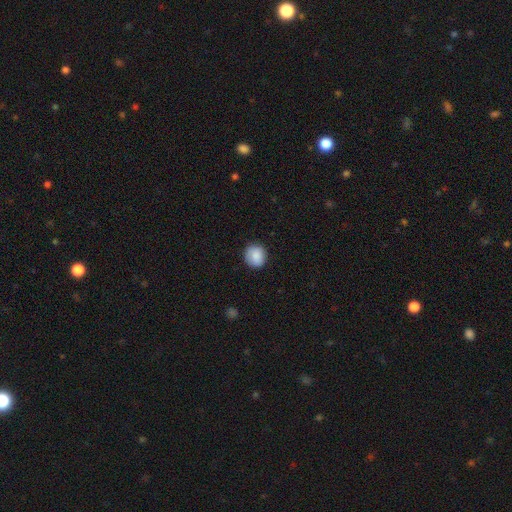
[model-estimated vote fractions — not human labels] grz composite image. It shows a smooth galaxy with no disk features (88%) that is round (88%). Merging: none (87%).